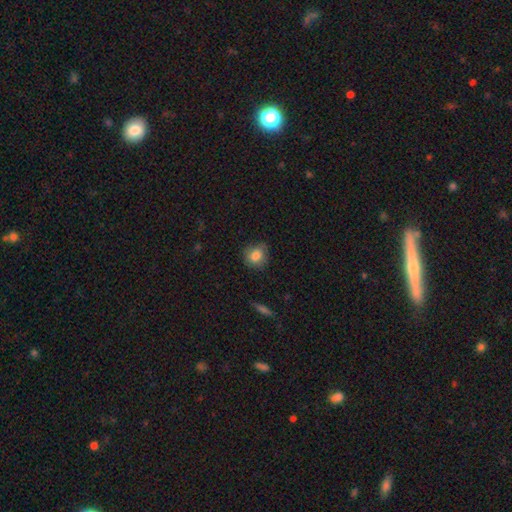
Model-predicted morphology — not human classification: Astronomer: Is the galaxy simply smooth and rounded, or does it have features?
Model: smooth — 83%.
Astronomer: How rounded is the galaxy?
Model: round — 78%.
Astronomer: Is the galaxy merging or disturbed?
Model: none — 75%.